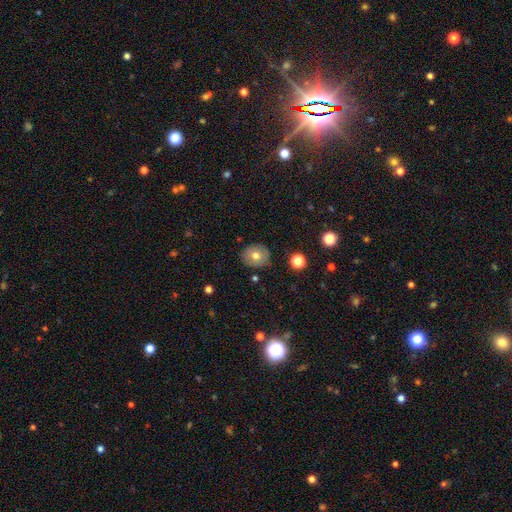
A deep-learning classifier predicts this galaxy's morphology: smooth 68%, featured or disk 22%, star or artifact 10%. Down the decision tree: how rounded — round (81%); merging — none (84%).